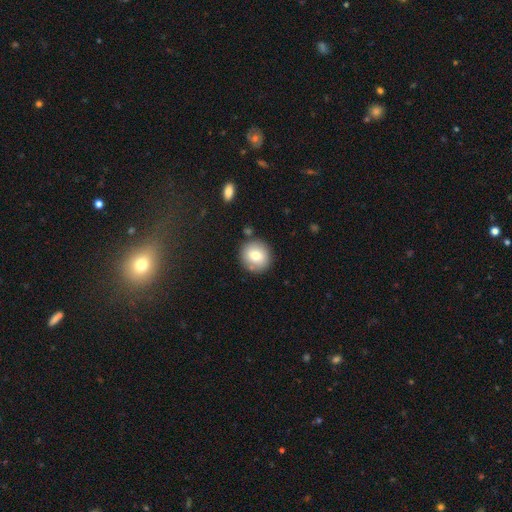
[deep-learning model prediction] Smooth or featured?
  - smooth: 74% *
  - featured or disk: 16%
  - star or artifact: 9%
How rounded?
  - round: 92% *
  - in between: 7%
  - cigar-shaped: 1%
Merging?
  - none: 83% *
  - minor disturbance: 10%
  - merger: 5%
  - major disturbance: 3%